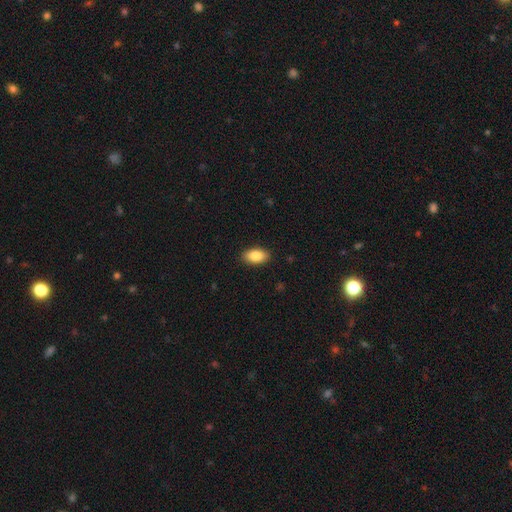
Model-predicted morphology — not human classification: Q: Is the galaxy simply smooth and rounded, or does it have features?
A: smooth — 85%.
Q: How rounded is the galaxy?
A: in between — 92%.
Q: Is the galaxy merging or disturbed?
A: none — 89%.